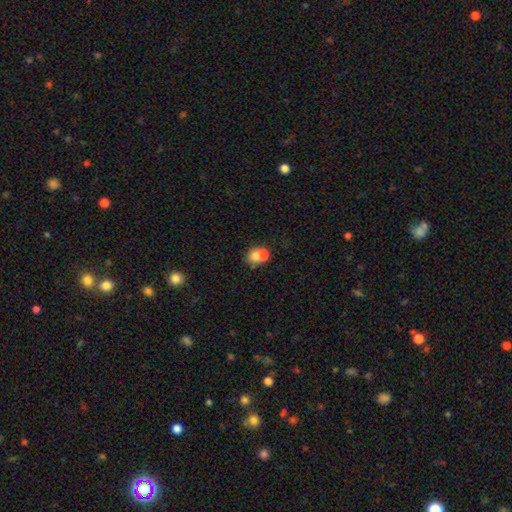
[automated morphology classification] Smooth or featured? Predicted: smooth (p=0.68). How rounded? Predicted: round (p=0.55). Merging? Predicted: merger (p=0.66).